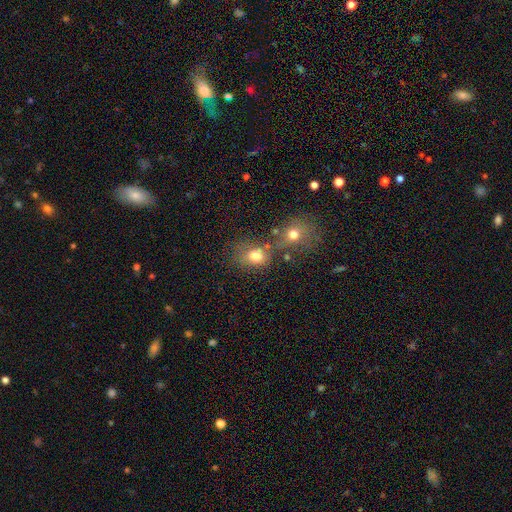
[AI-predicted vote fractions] Smooth or featured? smooth (76%)
How rounded? round (49%, tied with in between)
Merging? none (42%)